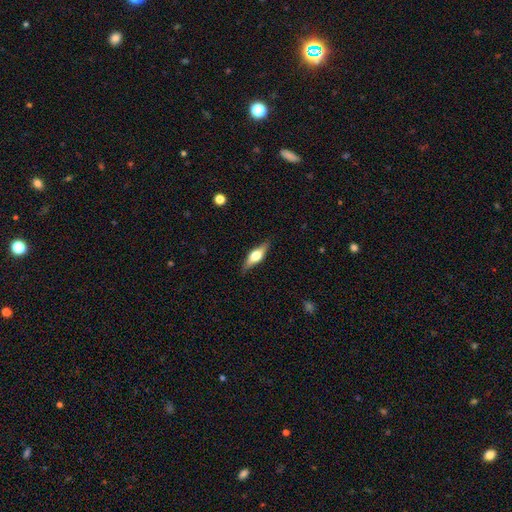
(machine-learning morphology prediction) The model was most divided on "smooth or featured": featured or disk: 55%, smooth: 39%, star or artifact: 6%. More confident: edge-on bulge — rounded (93%); edge-on disk — yes (92%); merging — none (85%).